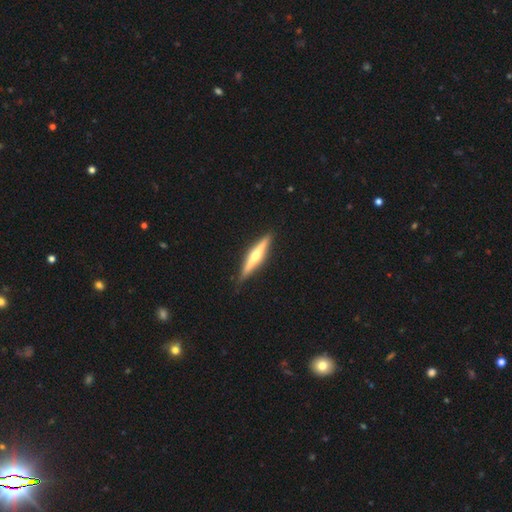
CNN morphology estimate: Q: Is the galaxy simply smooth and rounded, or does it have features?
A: featured or disk — 69%.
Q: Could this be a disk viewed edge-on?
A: yes — 97%.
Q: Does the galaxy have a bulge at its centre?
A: rounded — 91%.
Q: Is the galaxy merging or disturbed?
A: none — 90%.